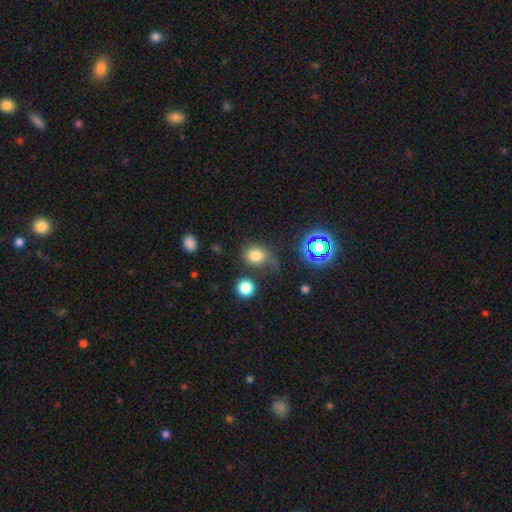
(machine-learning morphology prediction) Smooth or featured? smooth (75%)
How rounded? round (69%)
Merging? none (51%)